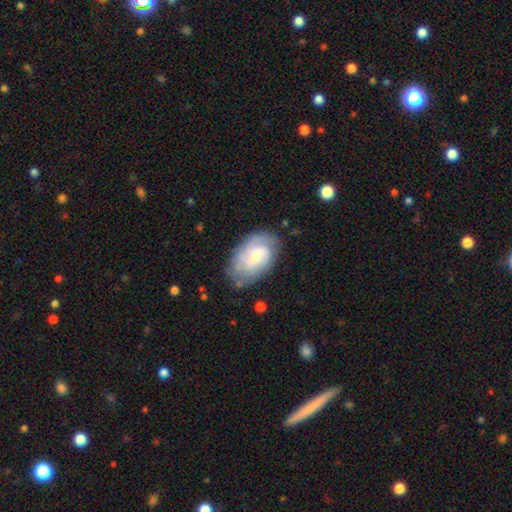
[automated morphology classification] smooth-or-featured: featured or disk: 55% | smooth: 38% | star or artifact: 7%
  disk-edge-on: no: 96% | yes: 4%
    bar: no: 59% | weak: 36% | strong: 5%
    has-spiral-arms: yes: 80% | no: 20%
    bulge-size: small: 47% | moderate: 38% | large: 7% | none: 7% | dominant: 2%
  merging: none: 65% | minor disturbance: 23% | major disturbance: 9% | merger: 2%